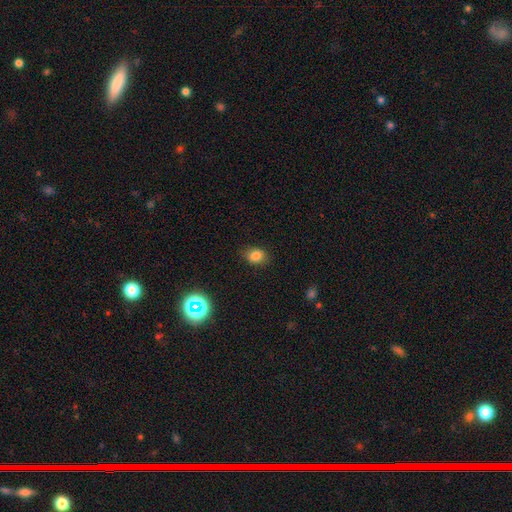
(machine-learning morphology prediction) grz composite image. It shows a smooth galaxy with no disk features (82%) that is in between round and cigar-shaped (61%). Merging: none (83%).